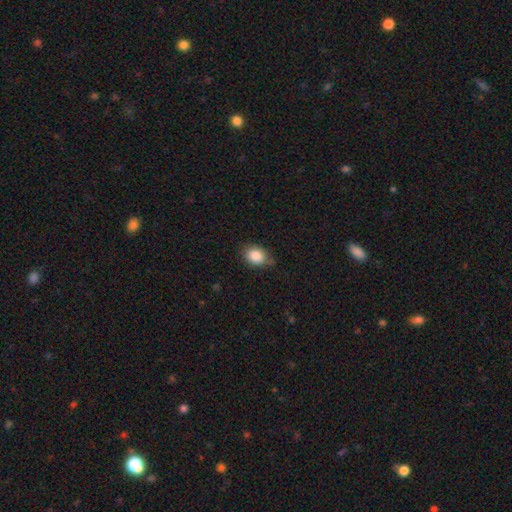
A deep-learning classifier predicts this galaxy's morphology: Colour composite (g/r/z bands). It shows a smooth galaxy with no disk features (86%) that is in between round and cigar-shaped (69%). Merging: none (65%).